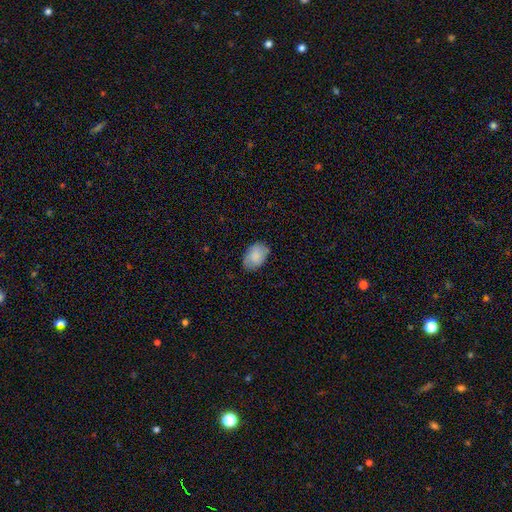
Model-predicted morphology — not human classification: Q: Smooth or featured?
A: smooth (84%); runner-up: featured or disk (10%)
Q: How rounded?
A: in between (86%); runner-up: round (13%)
Q: Merging?
A: none (77%); runner-up: minor disturbance (19%)